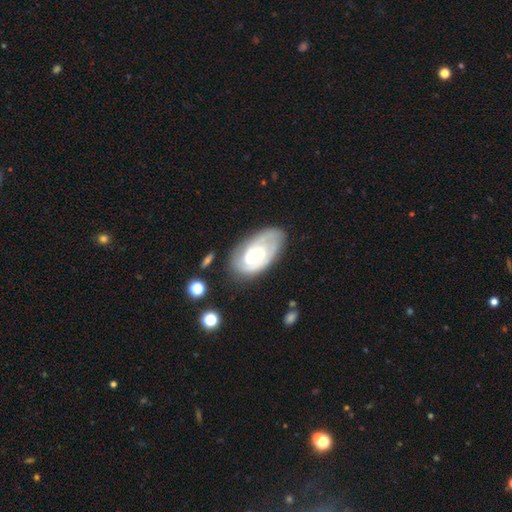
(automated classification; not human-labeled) Smooth or featured? featured or disk (74%)
Edge-on disk? no (96%)
Bar? no (68%)
Spiral arms? yes (90%)
Spiral winding? tight (65%)
Spiral arm count? 2 (40%)
Bulge size? small (48%)
Merging? none (71%)